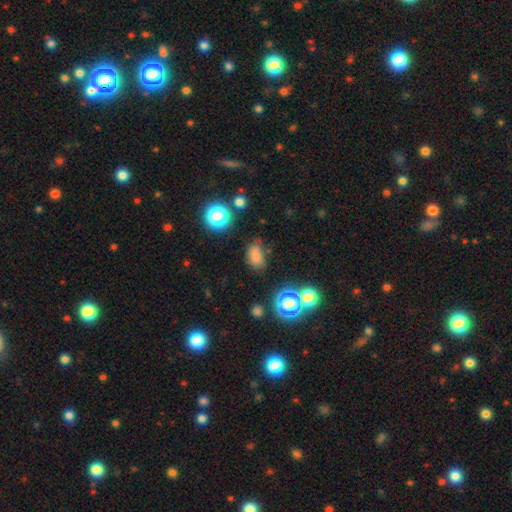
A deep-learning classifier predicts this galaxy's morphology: A smooth galaxy with no disk features (76%) that is in between round and cigar-shaped (83%). Merging: none (69%).